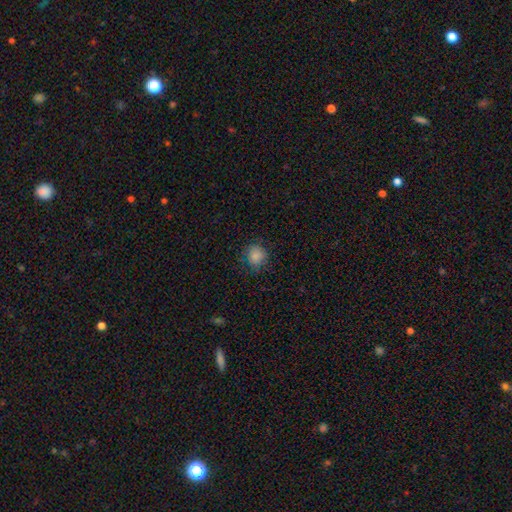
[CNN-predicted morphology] smooth 85%, star or artifact 10%, featured or disk 5%. Down the decision tree: how rounded — round (81%); merging — none (79%).